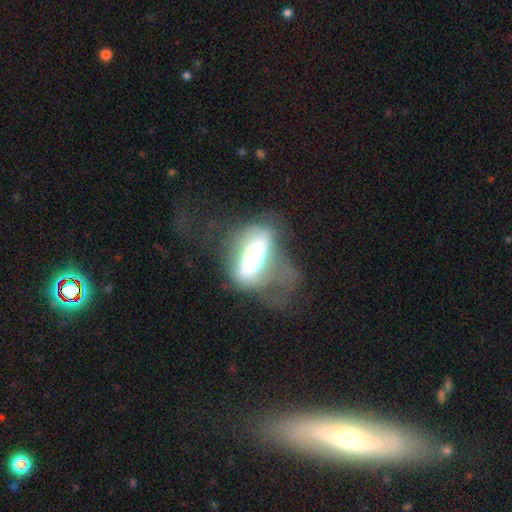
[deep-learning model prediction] smooth_or_featured: featured or disk (p=0.46) [alt: smooth p=0.44]
merging: major disturbance (p=0.49) [alt: none p=0.26]